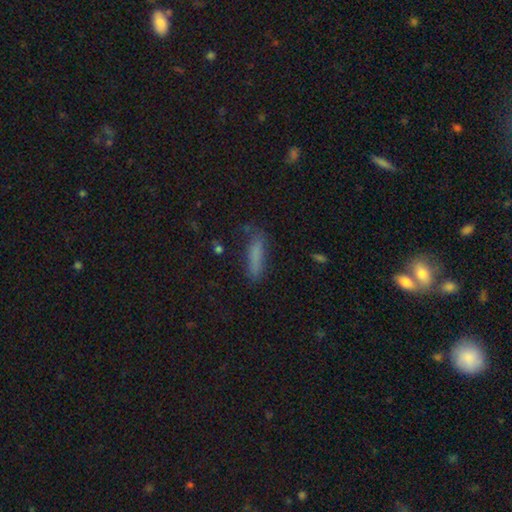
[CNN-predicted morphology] The model was most divided on "merging": none: 71%, minor disturbance: 19%, major disturbance: 6%, merger: 3%. More confident: how rounded — cigar-shaped (80%); smooth or featured — smooth (76%).